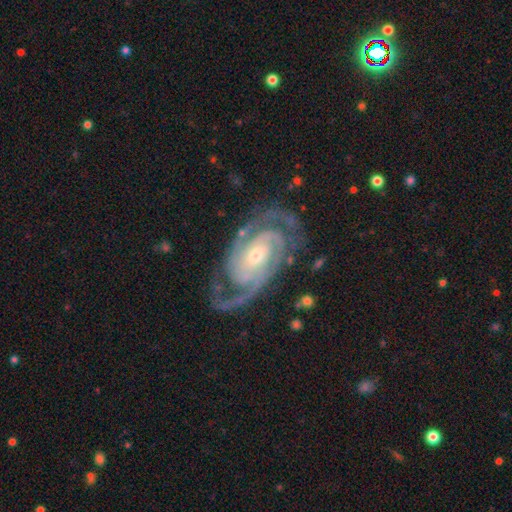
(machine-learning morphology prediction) smooth_or_featured: featured or disk (p=0.93) [alt: star or artifact p=0.04]
disk_edge_on: no (p=0.97) [alt: yes p=0.03]
bar: no (p=0.57) [alt: weak p=0.28]
has_spiral_arms: yes (p=0.99) [alt: no p=0.01]
spiral_winding: tight (p=0.61) [alt: medium p=0.34]
spiral_arm_count: 2 (p=0.76) [alt: 3 p=0.12]
bulge_size: small (p=0.61) [alt: moderate p=0.34]
merging: none (p=0.77) [alt: minor disturbance p=0.14]